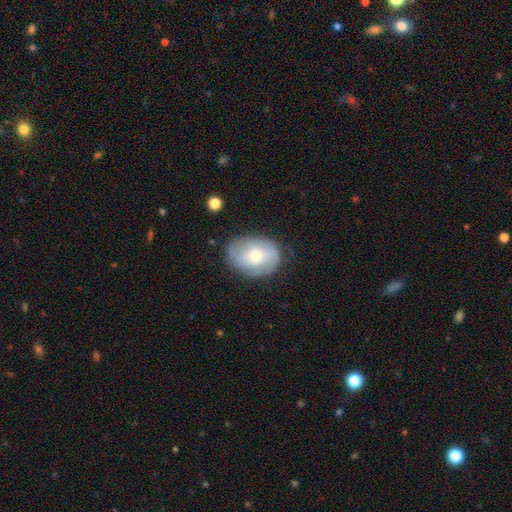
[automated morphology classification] A featured or disk galaxy (55%) with no bar (70%), spiral arms (80%) and a moderate central bulge (47%).

Vote fractions:
- Smooth or featured? featured or disk: 55% / smooth: 38% / star or artifact: 7%
- Edge-on disk? no: 96% / yes: 4%
- Bar? no: 70% / weak: 25% / strong: 5%
- Spiral arms? yes: 80% / no: 20%
- Bulge size? moderate: 47% / small: 46% / large: 4% / none: 1% / dominant: 1%
- Merging? none: 74% / minor disturbance: 18% / major disturbance: 6% / merger: 1%